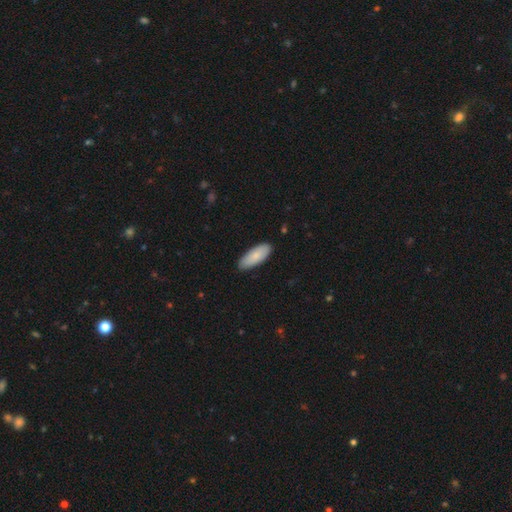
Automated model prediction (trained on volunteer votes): The model was most divided on "how rounded": in between: 79%, cigar-shaped: 19%, round: 2%. More confident: merging — none (87%); smooth or featured — smooth (84%).